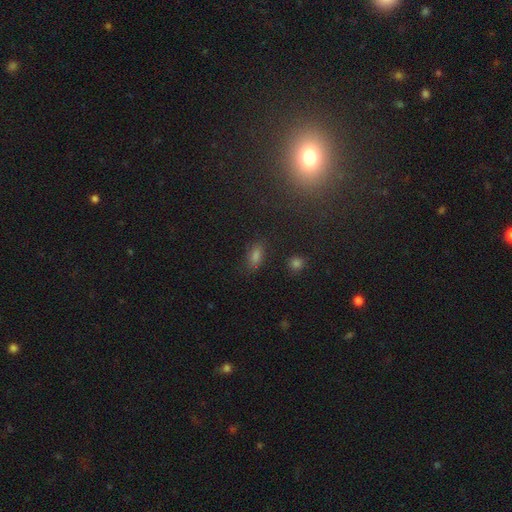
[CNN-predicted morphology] This is likely a smooth galaxy (65%). How rounded: clearly in between (82%). Merging: likely none (77%).